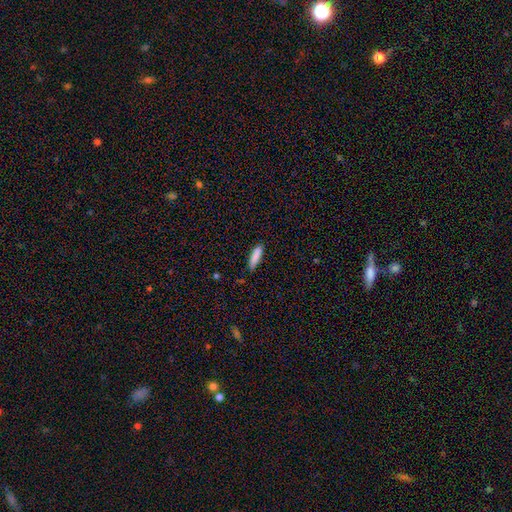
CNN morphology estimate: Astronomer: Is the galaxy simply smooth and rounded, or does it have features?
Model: smooth — 86%.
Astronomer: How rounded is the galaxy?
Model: cigar-shaped — 70%.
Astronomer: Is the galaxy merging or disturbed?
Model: none — 83%.